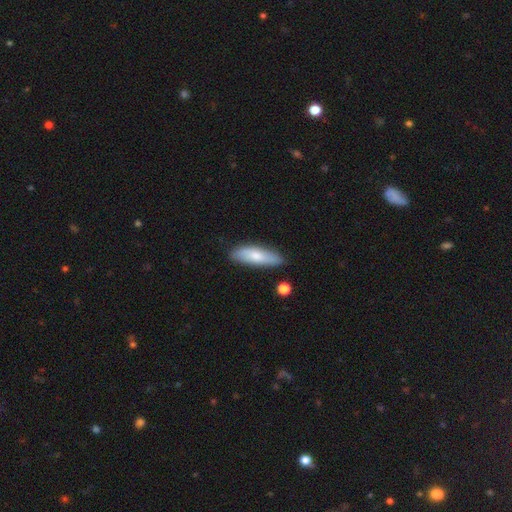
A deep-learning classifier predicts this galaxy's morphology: This appears to be a smooth galaxy with no disk features (73%) that is in between round and cigar-shaped (52%). Merging: none (81%).